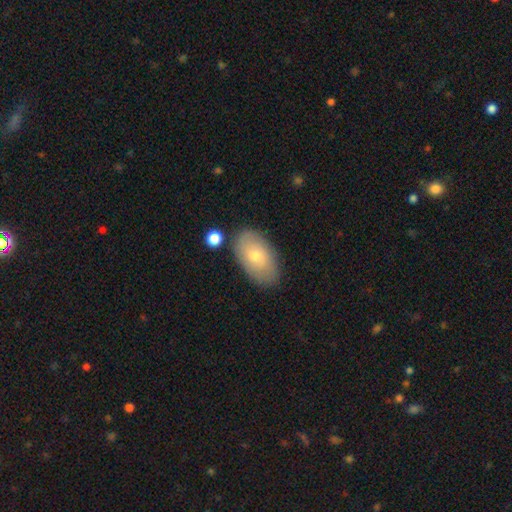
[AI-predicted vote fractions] This is likely a smooth galaxy (68%). How rounded: clearly in between (93%). Merging: clearly none (80%).